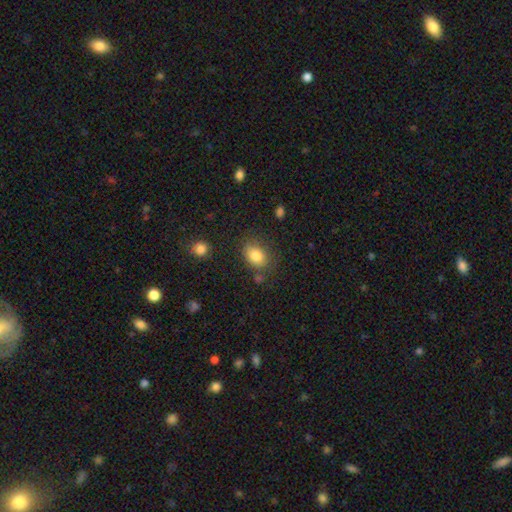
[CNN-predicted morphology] smooth 83%, star or artifact 10%, featured or disk 8%. Down the decision tree: how rounded — in between (68%); merging — none (68%).